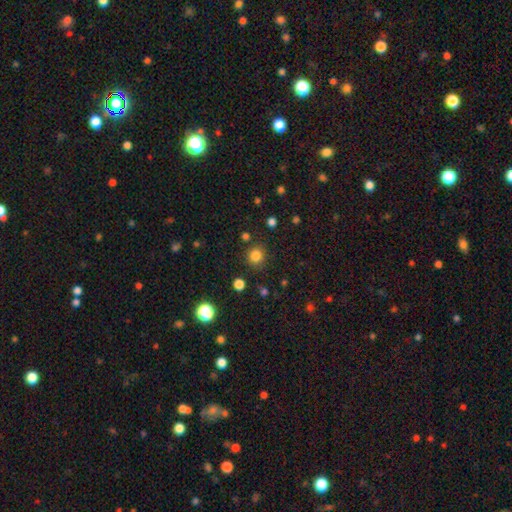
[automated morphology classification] smooth_or_featured: smooth (p=0.82) [alt: star or artifact p=0.14]
how_rounded: round (p=0.89) [alt: in between p=0.10]
merging: none (p=0.85) [alt: minor disturbance p=0.09]